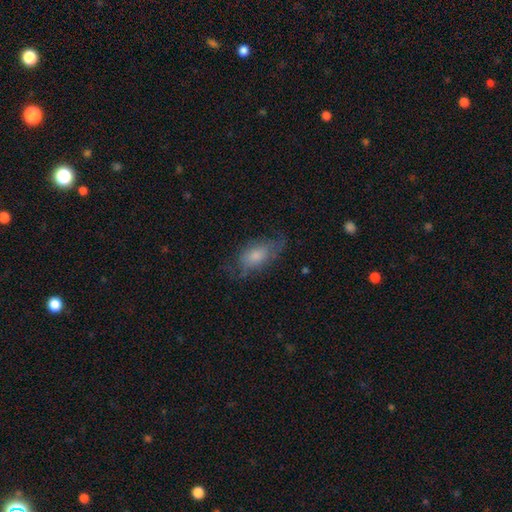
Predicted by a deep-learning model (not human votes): Overall: smooth (58%; featured or disk 32%). How rounded: in between (85%). Merging: none (57%; minor disturbance 26%).